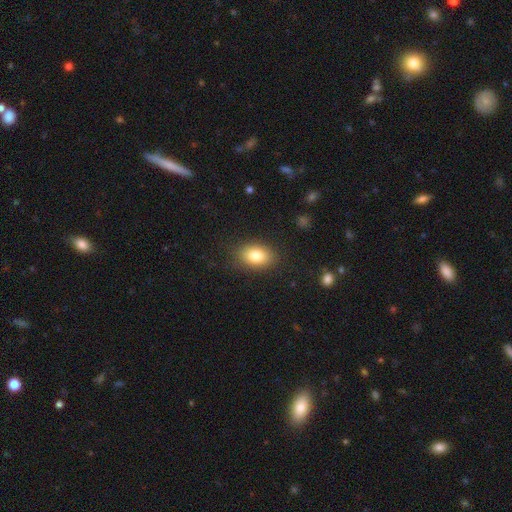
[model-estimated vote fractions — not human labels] This is clearly a smooth galaxy (82%). How rounded: clearly in between (83%). Merging: clearly none (85%).